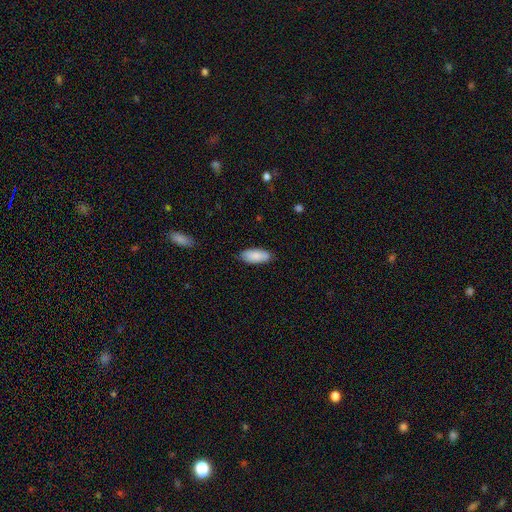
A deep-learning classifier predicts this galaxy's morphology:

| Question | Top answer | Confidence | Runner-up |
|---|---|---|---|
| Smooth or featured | smooth | 87% | featured or disk (8%) |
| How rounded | in between | 85% | cigar-shaped (13%) |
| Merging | none | 84% | minor disturbance (13%) |